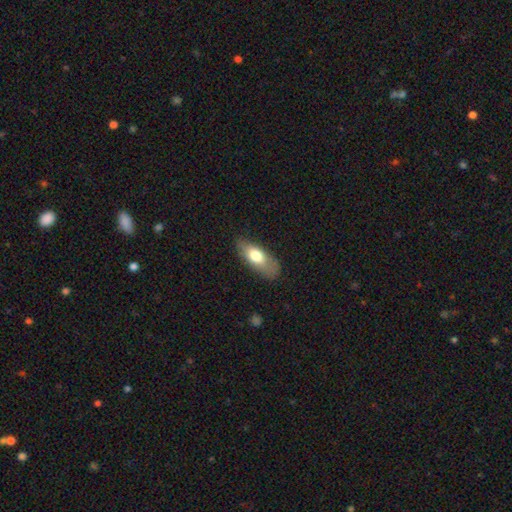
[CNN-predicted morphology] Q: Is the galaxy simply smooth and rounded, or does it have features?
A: smooth — 70%.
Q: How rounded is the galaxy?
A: in between — 78%.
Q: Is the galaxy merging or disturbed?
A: none — 76%.